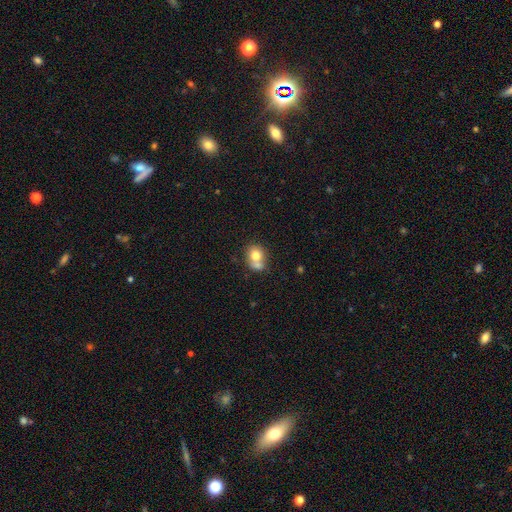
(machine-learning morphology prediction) A smooth galaxy with no disk features (73%) that is round (69%).

Vote fractions:
- Smooth or featured? smooth: 73% / featured or disk: 17% / star or artifact: 10%
- How rounded? round: 69% / in between: 30% / cigar-shaped: 1%
- Merging? merger: 48% / none: 36% / minor disturbance: 11% / major disturbance: 5%